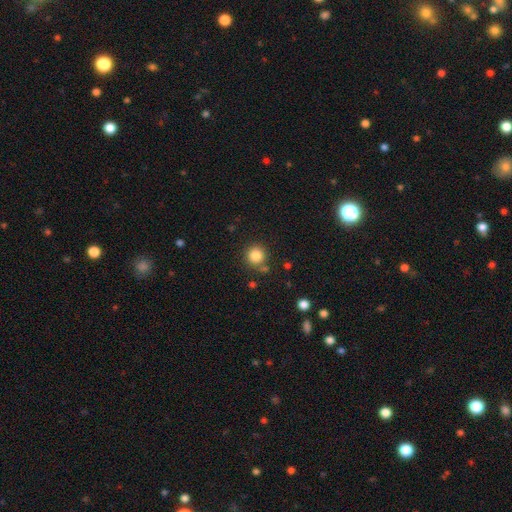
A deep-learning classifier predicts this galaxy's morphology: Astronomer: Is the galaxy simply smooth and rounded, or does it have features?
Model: smooth — 85%.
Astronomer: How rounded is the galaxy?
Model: round — 94%.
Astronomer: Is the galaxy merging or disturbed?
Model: none — 80%.